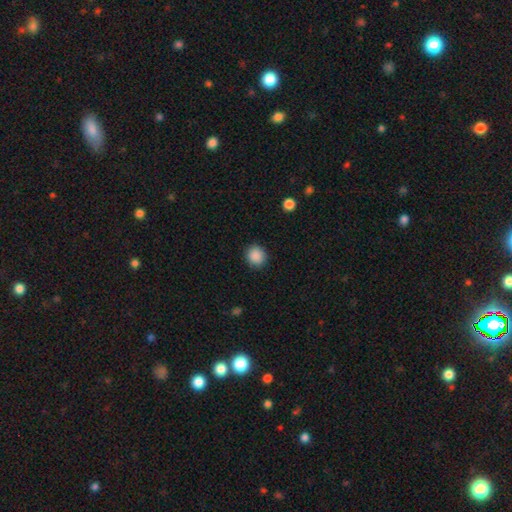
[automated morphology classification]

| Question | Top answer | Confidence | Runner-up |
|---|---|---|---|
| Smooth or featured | smooth | 89% | star or artifact (9%) |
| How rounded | round | 85% | in between (14%) |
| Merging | none | 90% | minor disturbance (7%) |